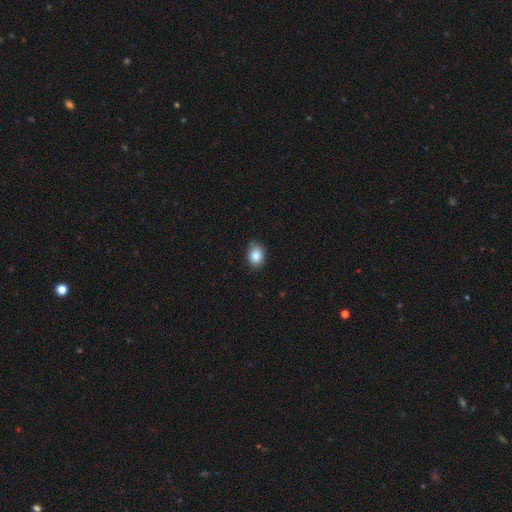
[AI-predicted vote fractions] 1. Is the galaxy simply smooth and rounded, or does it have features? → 85% smooth, 9% star or artifact, 6% featured or disk.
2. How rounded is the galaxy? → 65% in between, 34% round, 1% cigar-shaped.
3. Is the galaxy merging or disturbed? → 80% none, 17% minor disturbance, 2% major disturbance, 1% merger.